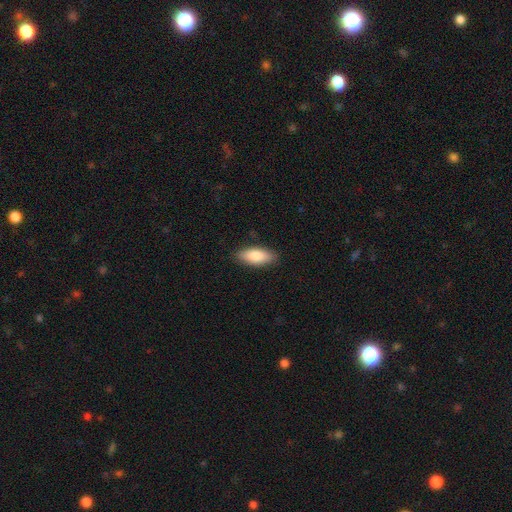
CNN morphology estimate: This appears to be a smooth galaxy with no disk features (84%) that is in between round and cigar-shaped (81%). Merging: none (87%).